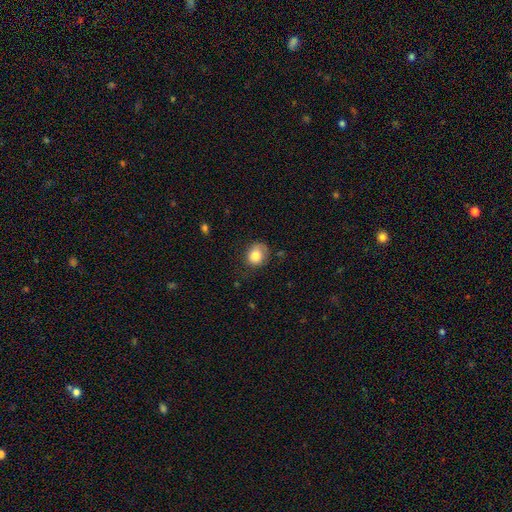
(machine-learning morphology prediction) This is clearly a smooth galaxy (81%). How rounded: likely round (64%). Merging: likely none (63%).